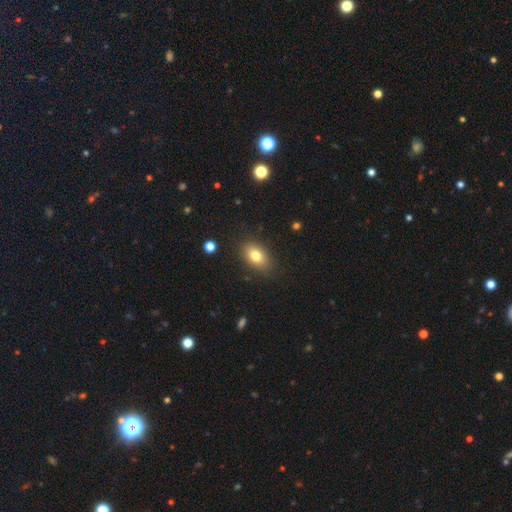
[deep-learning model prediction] A smooth galaxy with no disk features (79%) that is in between round and cigar-shaped (85%).

Vote fractions:
- Smooth or featured? smooth: 79% / featured or disk: 11% / star or artifact: 9%
- How rounded? in between: 85% / round: 13% / cigar-shaped: 2%
- Merging? none: 85% / minor disturbance: 11% / major disturbance: 3% / merger: 1%